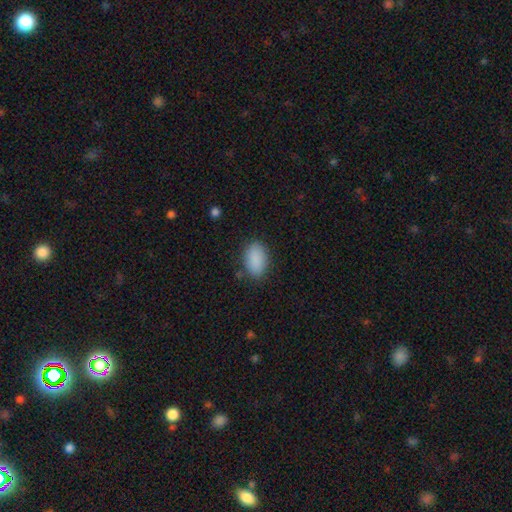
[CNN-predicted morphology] smooth_or_featured: smooth (p=0.89) [alt: star or artifact p=0.08]
how_rounded: in between (p=0.91) [alt: round p=0.07]
merging: none (p=0.84) [alt: minor disturbance p=0.12]